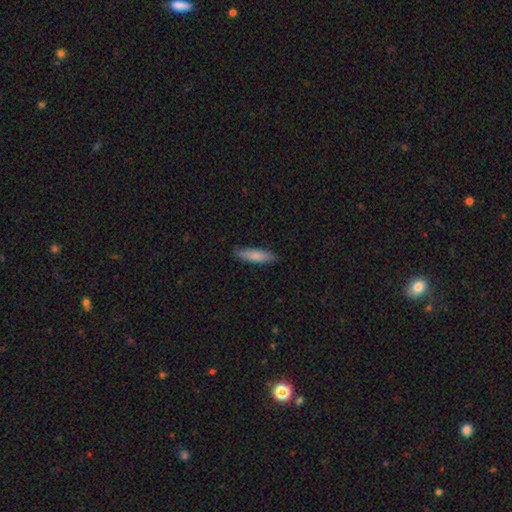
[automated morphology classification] smooth 82%, featured or disk 13%, star or artifact 6%. Down the decision tree: how rounded — cigar-shaped (66%); merging — none (84%).